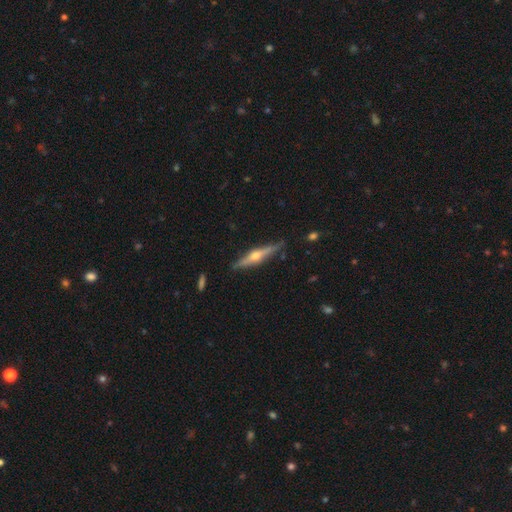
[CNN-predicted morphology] Smooth or featured: featured or disk — 73% (smooth — 21%)
Edge-on disk: yes — 97% (no — 3%)
Edge-on bulge: rounded — 91% (boxy — 5%)
Merging: none — 87% (minor disturbance — 10%)